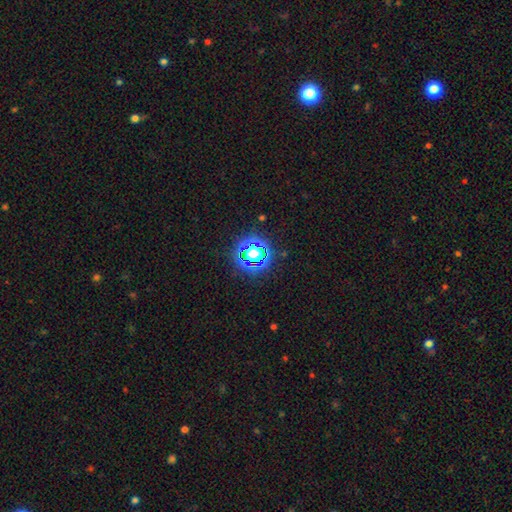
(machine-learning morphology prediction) A star or artifact, not a galaxy (80%).

Vote fractions:
- Smooth or featured? star or artifact: 80% / smooth: 13% / featured or disk: 7%